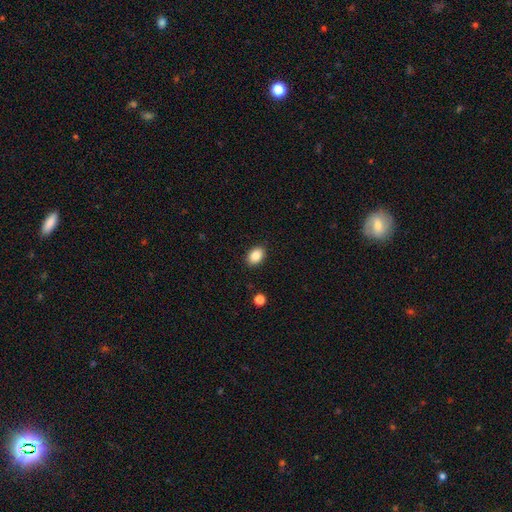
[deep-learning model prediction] Smooth or featured? smooth (87%)
How rounded? in between (79%)
Merging? none (89%)